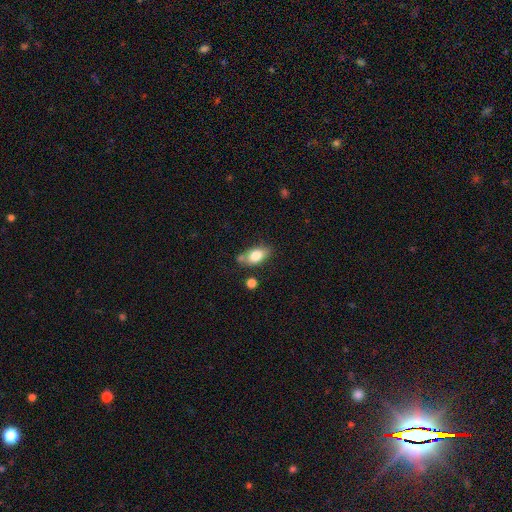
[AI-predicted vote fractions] smooth_or_featured: smooth (p=0.79) [alt: featured or disk p=0.13]
how_rounded: in between (p=0.87) [alt: round p=0.08]
merging: none (p=0.62) [alt: minor disturbance p=0.20]